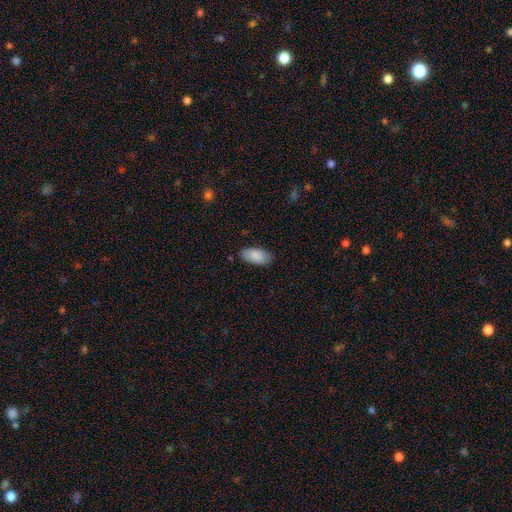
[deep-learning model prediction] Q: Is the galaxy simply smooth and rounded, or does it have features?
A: smooth — 88%.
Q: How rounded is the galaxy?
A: in between — 94%.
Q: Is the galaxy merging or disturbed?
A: none — 83%.